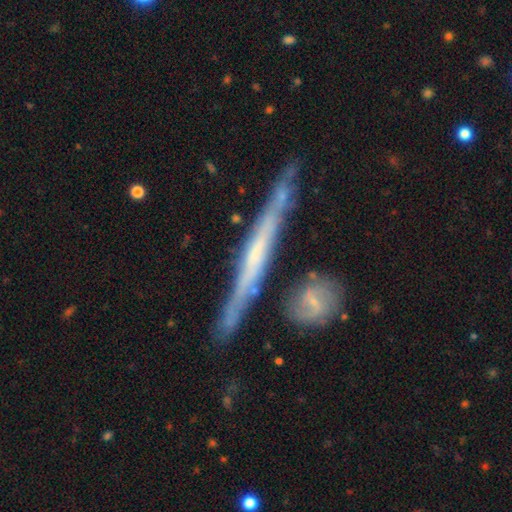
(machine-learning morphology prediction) Smooth or featured?
  - featured or disk: 73% *
  - smooth: 20%
  - star or artifact: 6%
Edge-on disk?
  - yes: 92% *
  - no: 8%
Edge-on bulge?
  - none: 67% *
  - rounded: 21%
  - boxy: 12%
Merging?
  - none: 75% *
  - minor disturbance: 14%
  - merger: 7%
  - major disturbance: 3%